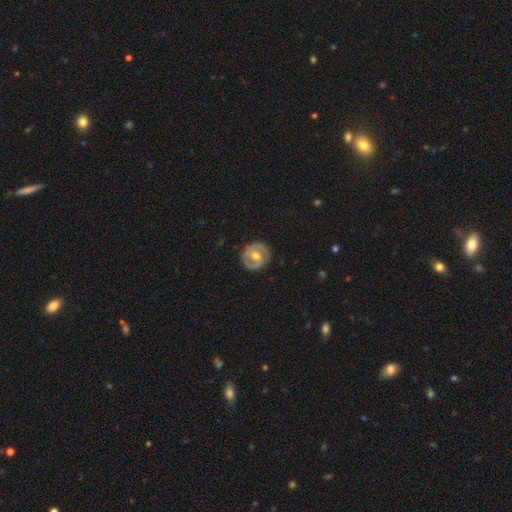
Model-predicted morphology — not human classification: This appears to be a featured or disk galaxy (68%) with a weak bar (42%), spiral arms (66%) and a moderate central bulge (77%). Merging: none (84%).